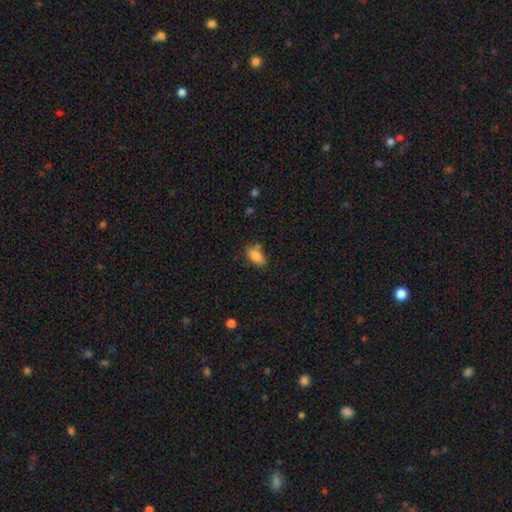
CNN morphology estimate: smooth-or-featured: smooth: 85% | star or artifact: 8% | featured or disk: 7%
  how-rounded: in between: 89% | cigar-shaped: 6% | round: 5%
  merging: none: 70% | minor disturbance: 18% | merger: 8% | major disturbance: 4%